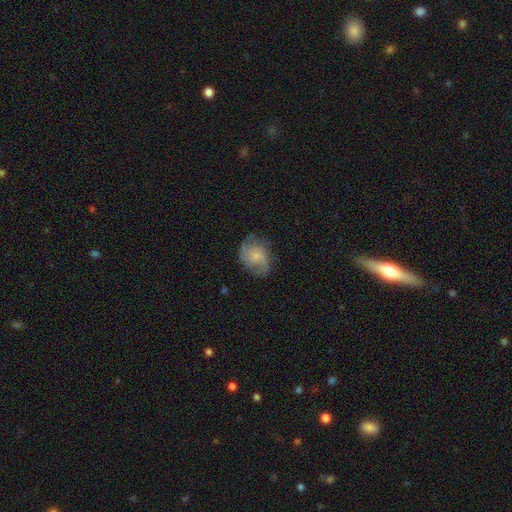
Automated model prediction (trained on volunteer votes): Morphology: type=featured or disk (61%); edge-on=no (97%); bar=no (72%); spiral arms=yes (90%); winding=medium (46%); arm count=2 (72%); bulge=small (59%); merging=none (68%).